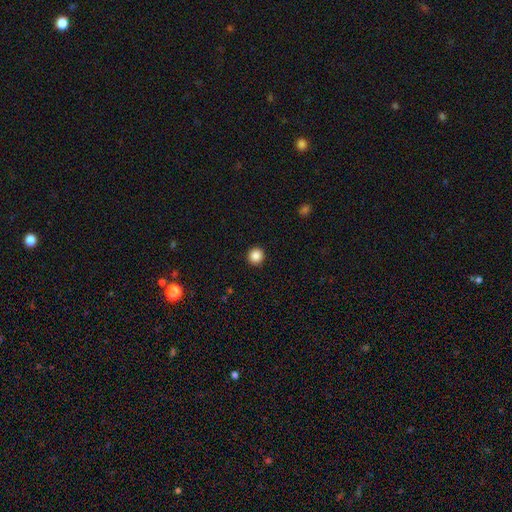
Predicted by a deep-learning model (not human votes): Smooth or featured: smooth — 87% (star or artifact — 10%)
How rounded: round — 95% (in between — 4%)
Merging: none — 94% (minor disturbance — 4%)